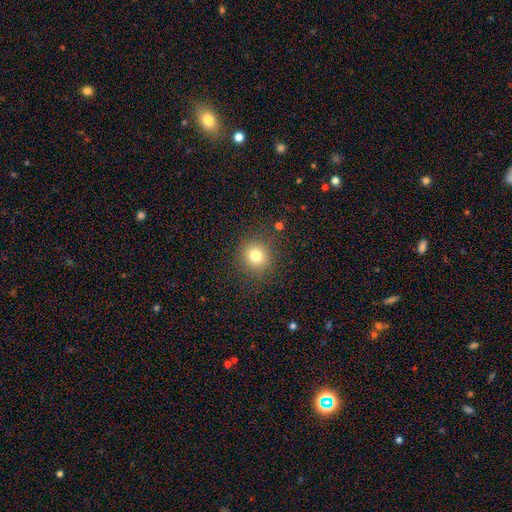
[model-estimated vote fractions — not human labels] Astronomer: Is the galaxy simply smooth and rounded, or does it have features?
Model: smooth — 78%.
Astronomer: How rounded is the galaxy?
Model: round — 89%.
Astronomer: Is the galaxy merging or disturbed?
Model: none — 88%.